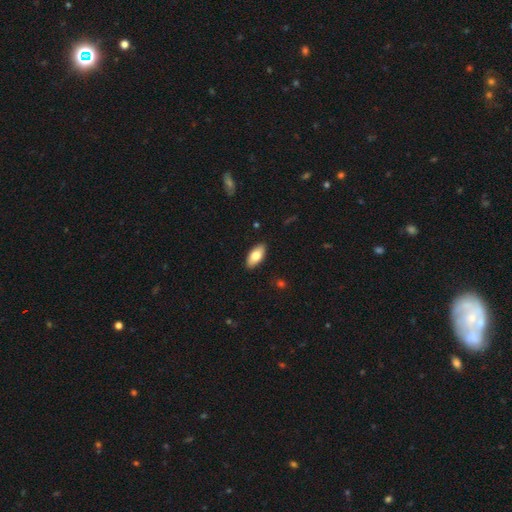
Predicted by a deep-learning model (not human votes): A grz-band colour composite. It shows a smooth galaxy with no disk features (80%) that is in between round and cigar-shaped (90%). Merging: none (89%).